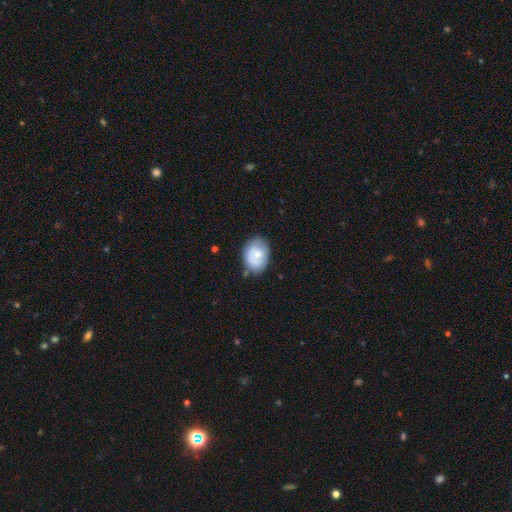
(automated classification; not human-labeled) Smooth or featured: smooth — 58% (featured or disk — 35%)
How rounded: in between — 68% (round — 31%)
Merging: none — 68% (minor disturbance — 23%)